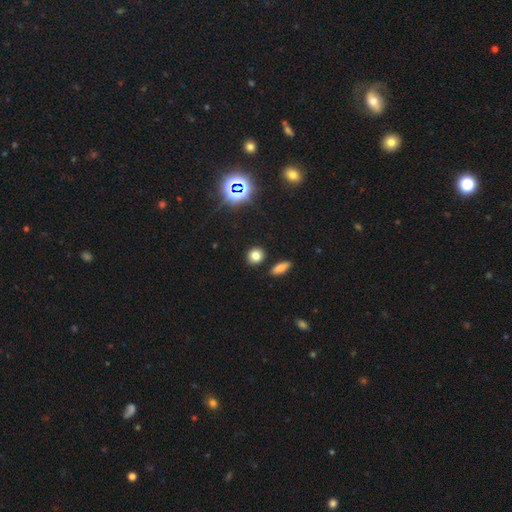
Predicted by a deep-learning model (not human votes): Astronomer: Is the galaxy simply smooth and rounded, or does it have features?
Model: smooth — 75%.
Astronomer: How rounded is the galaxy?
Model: round — 77%.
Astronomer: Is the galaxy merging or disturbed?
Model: none — 86%.